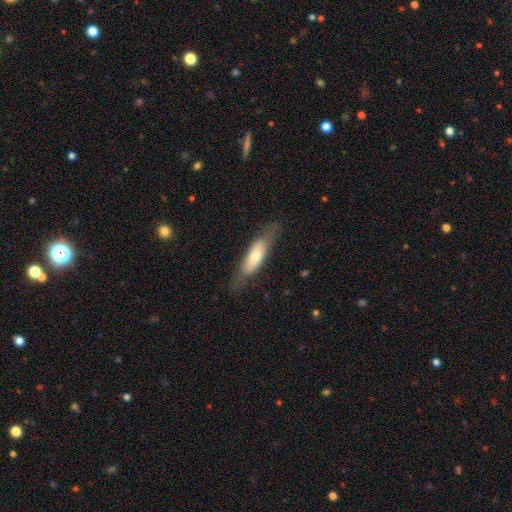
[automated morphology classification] smooth_or_featured: smooth (p=0.62) [alt: featured or disk p=0.31]
how_rounded: cigar-shaped (p=0.55) [alt: in between p=0.43]
merging: none (p=0.75) [alt: minor disturbance p=0.17]